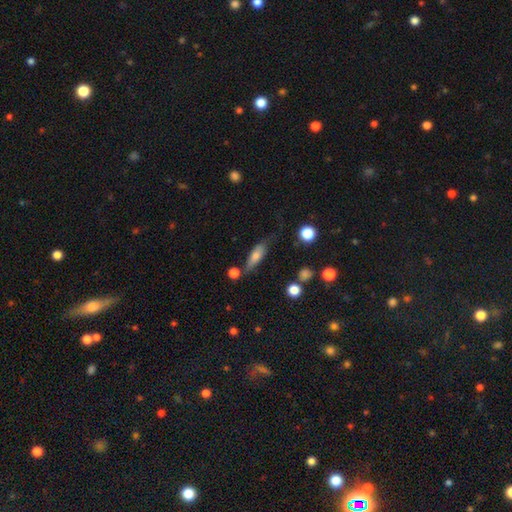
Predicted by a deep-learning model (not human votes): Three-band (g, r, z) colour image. It shows a smooth galaxy with no disk features (68%) that is cigar-shaped (49%). Merging: none (59%).